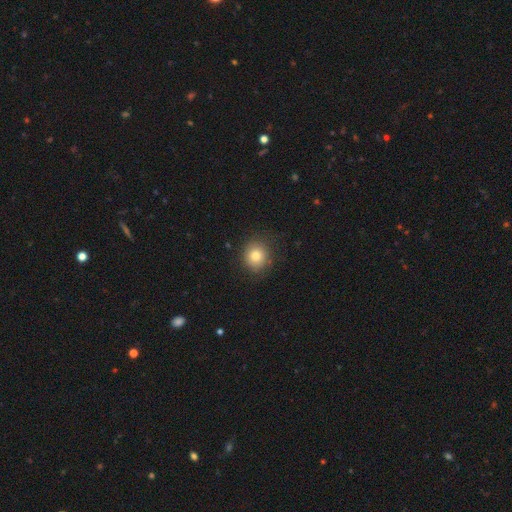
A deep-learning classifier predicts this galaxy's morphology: Overall: smooth (80%). How rounded: round (80%). Merging: none (83%).